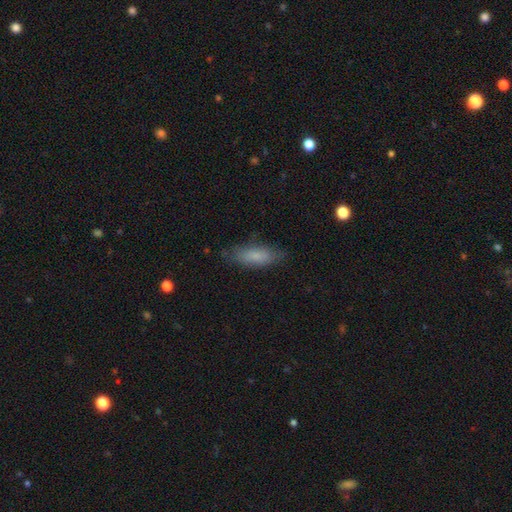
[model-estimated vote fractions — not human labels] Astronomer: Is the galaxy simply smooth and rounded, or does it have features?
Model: smooth — 78%.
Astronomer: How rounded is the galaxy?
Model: in between — 57% (runner-up: cigar-shaped, 41%).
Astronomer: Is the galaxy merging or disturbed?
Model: none — 79%.